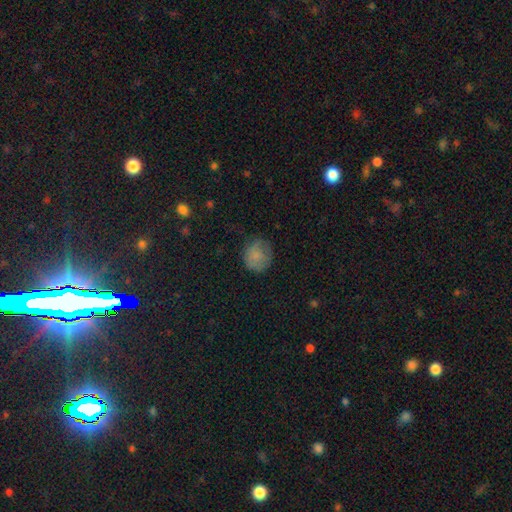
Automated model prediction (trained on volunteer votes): Smooth or featured: smooth — 76% (featured or disk — 14%)
How rounded: round — 82% (in between — 18%)
Merging: none — 64% (minor disturbance — 25%)